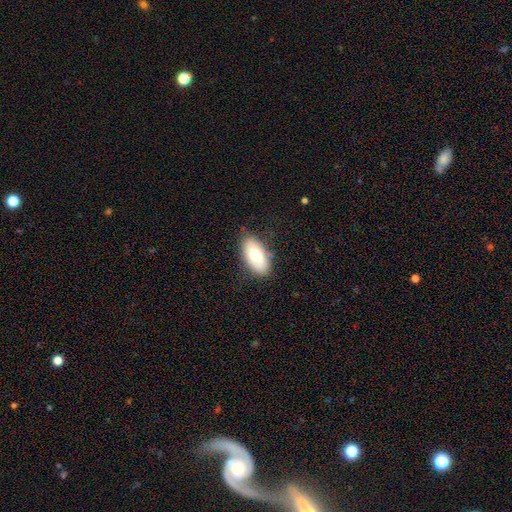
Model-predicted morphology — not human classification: smooth 70%, featured or disk 23%, star or artifact 7%. Down the decision tree: how rounded — in between (93%); merging — none (81%).